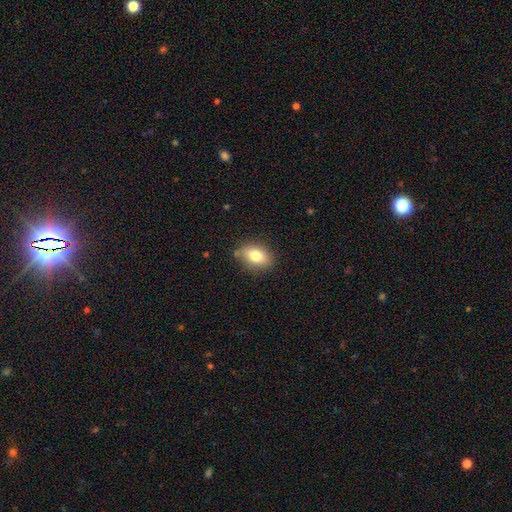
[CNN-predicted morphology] type=smooth (78%); roundness=in between (76%); merging=none (82%).